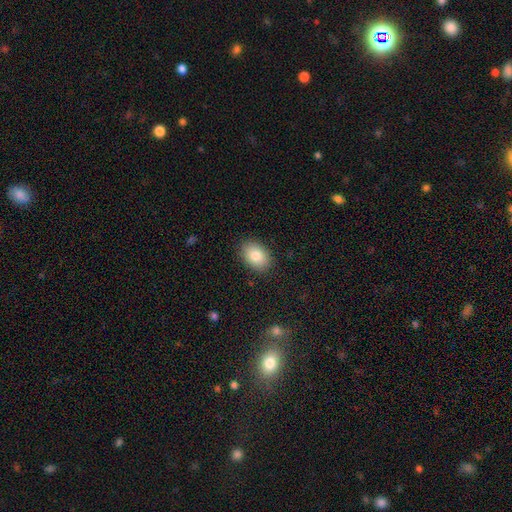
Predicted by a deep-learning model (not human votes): A smooth galaxy with no disk features (82%) that is in between round and cigar-shaped (80%).

Vote fractions:
- Smooth or featured? smooth: 82% / featured or disk: 10% / star or artifact: 8%
- How rounded? in between: 80% / round: 19% / cigar-shaped: 1%
- Merging? none: 88% / minor disturbance: 9% / major disturbance: 2% / merger: 1%